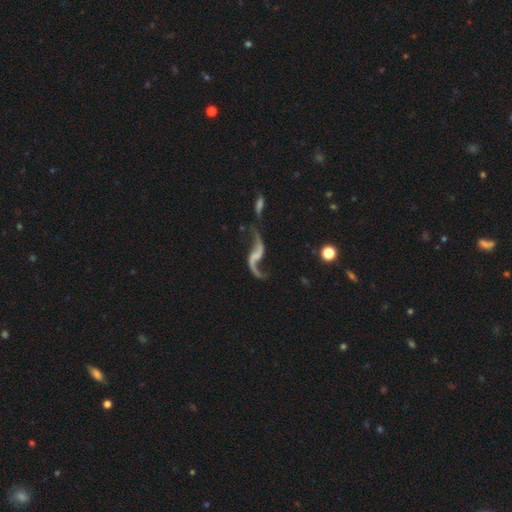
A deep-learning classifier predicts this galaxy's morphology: This appears to be a featured or disk galaxy (88%) with no bar (48%), 2 (90%) loose (94%) spiral arms (93%) and no central bulge (61%). Merging: none (48%).